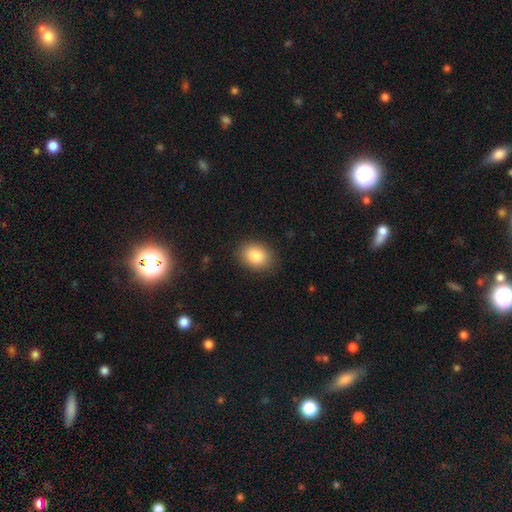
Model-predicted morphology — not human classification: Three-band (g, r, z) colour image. It shows a smooth galaxy with no disk features (85%) that is in between round and cigar-shaped (68%). Merging: none (86%).